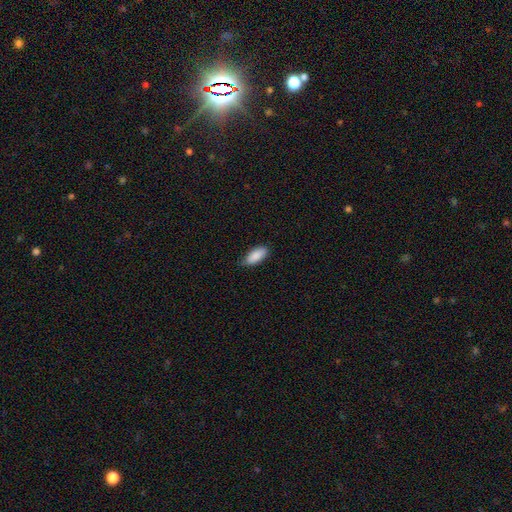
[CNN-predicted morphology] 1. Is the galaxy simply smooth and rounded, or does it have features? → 89% smooth, 6% star or artifact, 5% featured or disk.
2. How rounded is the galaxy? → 85% in between, 13% cigar-shaped, 2% round.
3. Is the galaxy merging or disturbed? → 79% none, 18% minor disturbance, 2% major disturbance, 1% merger.